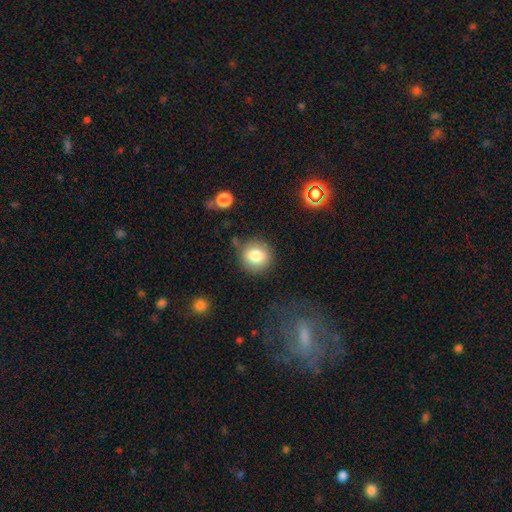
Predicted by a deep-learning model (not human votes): The model was most divided on "merging": none: 80%, minor disturbance: 13%, major disturbance: 4%, merger: 3%. More confident: how rounded — round (88%); smooth or featured — smooth (81%).